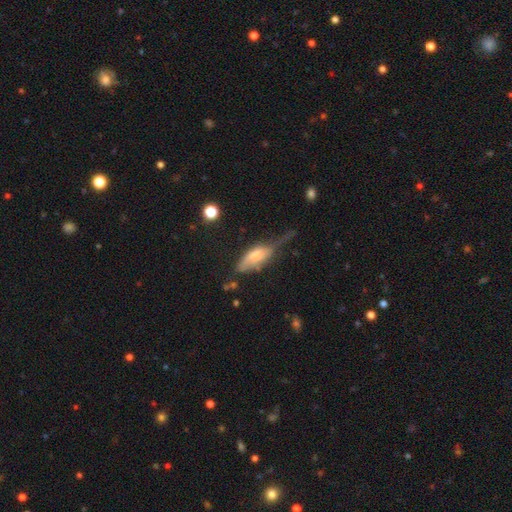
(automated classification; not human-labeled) Q: Smooth or featured?
A: smooth (62%); runner-up: featured or disk (31%)
Q: How rounded?
A: in between (76%); runner-up: cigar-shaped (21%)
Q: Merging?
A: major disturbance (38%); runner-up: minor disturbance (33%)